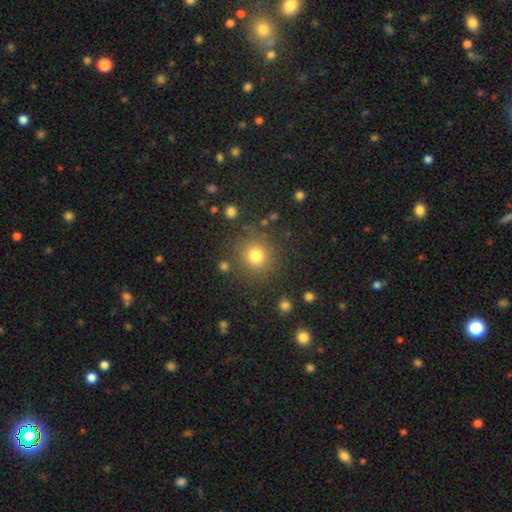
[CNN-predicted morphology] The model was most divided on "smooth or featured": smooth: 78%, star or artifact: 14%, featured or disk: 8%. More confident: how rounded — round (92%); merging — none (83%).